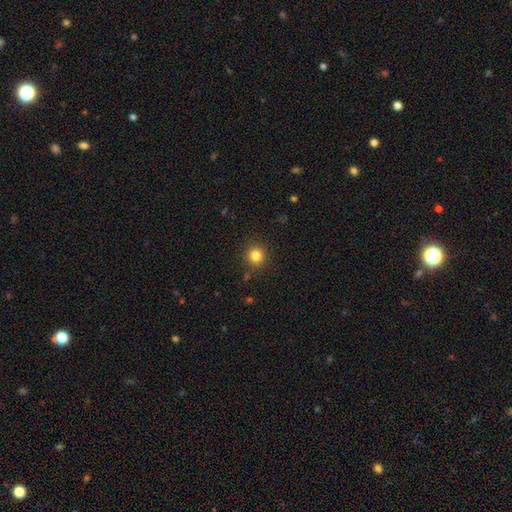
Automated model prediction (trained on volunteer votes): The model was most divided on "smooth or featured": smooth: 83%, star or artifact: 12%, featured or disk: 5%. More confident: how rounded — round (93%); merging — none (89%).